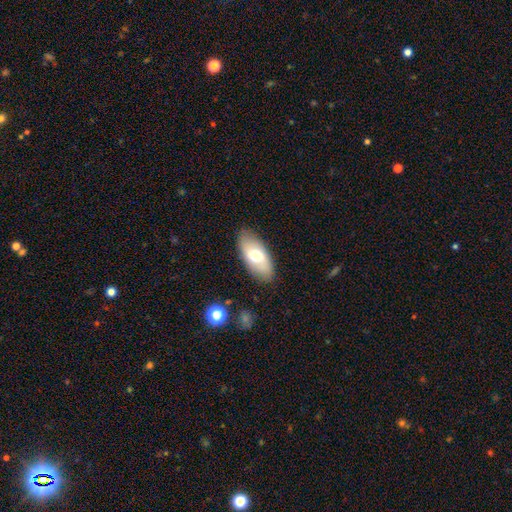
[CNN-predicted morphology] smooth-or-featured: smooth: 66% | featured or disk: 28% | star or artifact: 6%
  how-rounded: in between: 90% | cigar-shaped: 7% | round: 3%
  merging: none: 84% | minor disturbance: 12% | major disturbance: 3% | merger: 1%